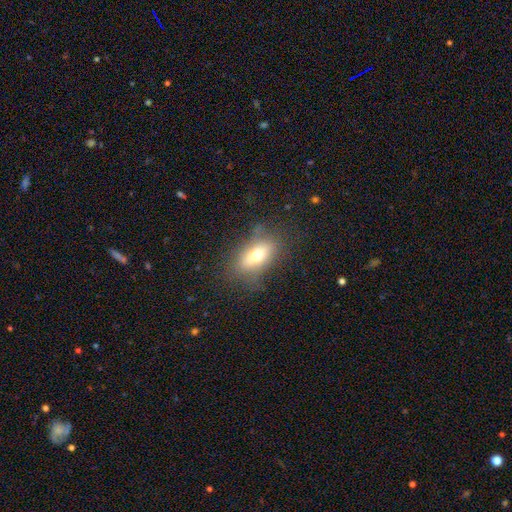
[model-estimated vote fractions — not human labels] smooth-or-featured: smooth: 64% | featured or disk: 26% | star or artifact: 10%
  how-rounded: in between: 80% | cigar-shaped: 12% | round: 8%
  merging: none: 70% | minor disturbance: 19% | major disturbance: 9% | merger: 2%